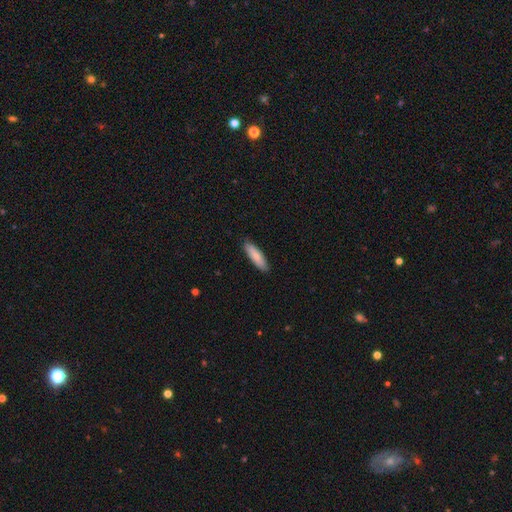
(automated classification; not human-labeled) Overall: smooth (82%). How rounded: cigar-shaped (61%; in between 38%). Merging: none (88%).